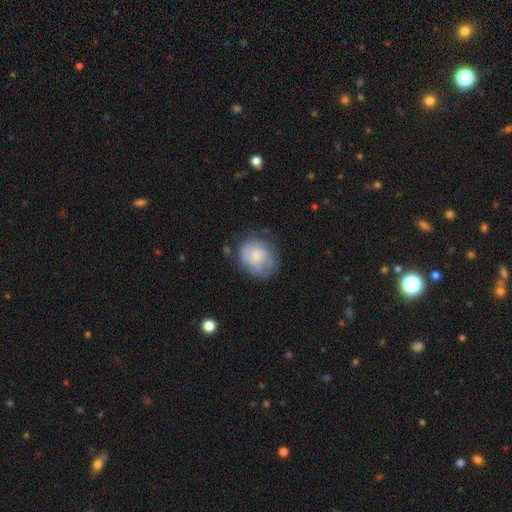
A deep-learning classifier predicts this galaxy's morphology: smooth-or-featured: smooth: 56% | featured or disk: 37% | star or artifact: 7%
  how-rounded: round: 67% | in between: 32% | cigar-shaped: 1%
  merging: none: 62% | minor disturbance: 25% | major disturbance: 11% | merger: 2%